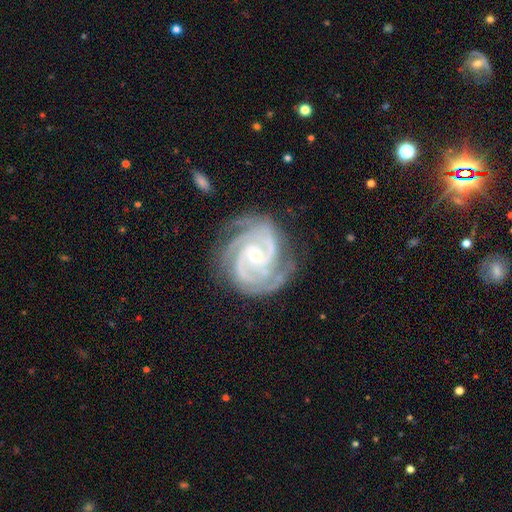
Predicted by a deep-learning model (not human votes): This appears to be a featured or disk galaxy (93%) with no bar (63%), 3 (38%) tight (69%) spiral arms (99%) and a small central bulge (72%). Merging: none (74%).